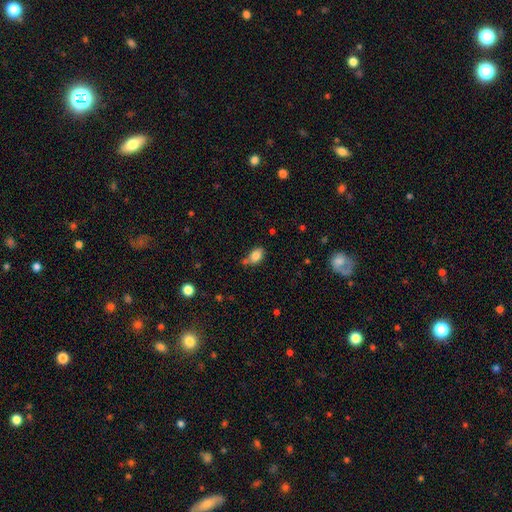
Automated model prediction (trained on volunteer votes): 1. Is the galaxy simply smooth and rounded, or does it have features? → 83% smooth, 9% star or artifact, 8% featured or disk.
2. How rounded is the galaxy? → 82% in between, 16% round, 2% cigar-shaped.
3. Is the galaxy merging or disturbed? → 54% none, 25% minor disturbance, 15% merger, 7% major disturbance.